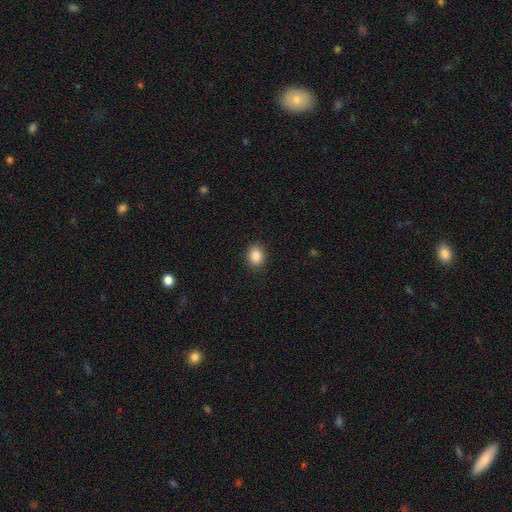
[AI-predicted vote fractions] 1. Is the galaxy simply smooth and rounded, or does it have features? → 87% smooth, 9% star or artifact, 4% featured or disk.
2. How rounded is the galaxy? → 50% in between, 49% round, 1% cigar-shaped.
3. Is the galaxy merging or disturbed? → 89% none, 7% minor disturbance, 2% major disturbance, 1% merger.